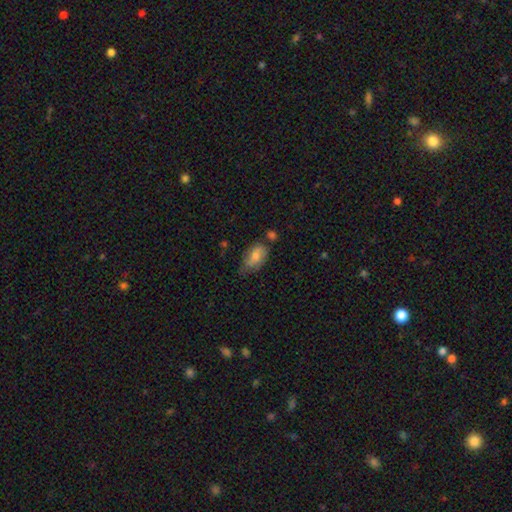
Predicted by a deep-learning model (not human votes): Morphology: type=smooth (73%); roundness=in between (90%); merging=none (51%).